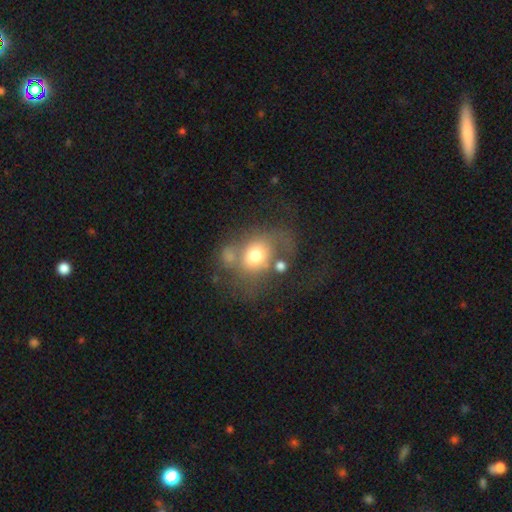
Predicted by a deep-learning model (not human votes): This appears to be a smooth galaxy with no disk features (61%) that is round (53%). Merging: none (34%).